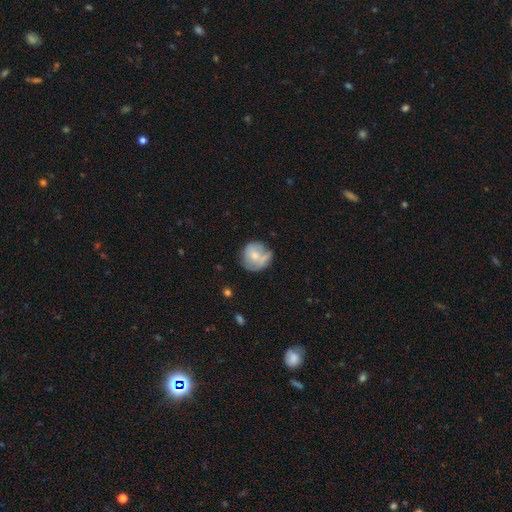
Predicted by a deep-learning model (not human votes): Smooth or featured?
  - smooth: 56% *
  - featured or disk: 36%
  - star or artifact: 7%
How rounded?
  - round: 85% *
  - in between: 14%
  - cigar-shaped: 1%
Merging?
  - none: 52% *
  - minor disturbance: 28%
  - major disturbance: 13%
  - merger: 7%